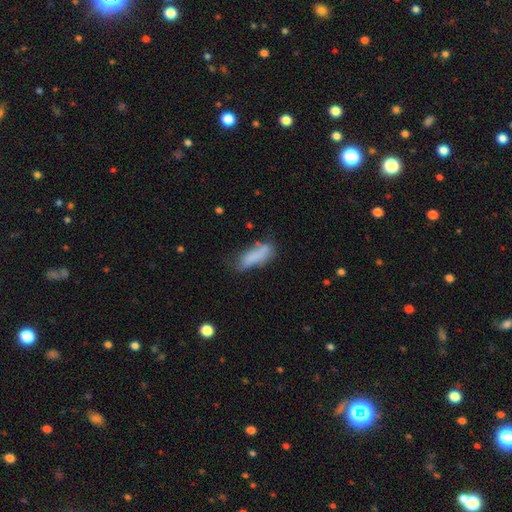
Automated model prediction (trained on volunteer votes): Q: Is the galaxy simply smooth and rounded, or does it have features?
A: smooth — 75%.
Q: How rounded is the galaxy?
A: in between — 55%.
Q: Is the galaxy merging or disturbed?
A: none — 45%.